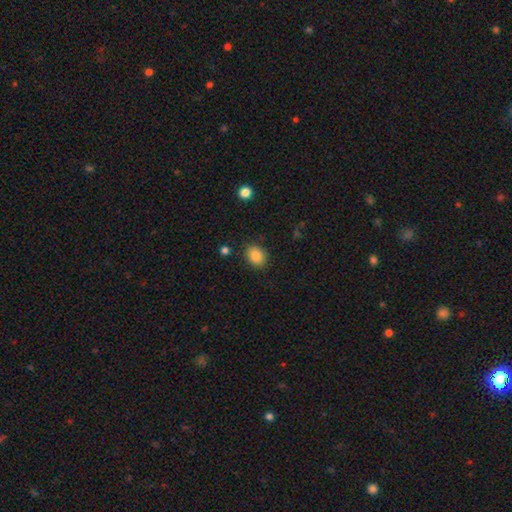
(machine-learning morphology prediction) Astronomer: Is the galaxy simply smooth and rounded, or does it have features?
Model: smooth — 85%.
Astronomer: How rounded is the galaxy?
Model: in between — 57% (runner-up: round, 43%).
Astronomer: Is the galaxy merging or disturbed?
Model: none — 85%.